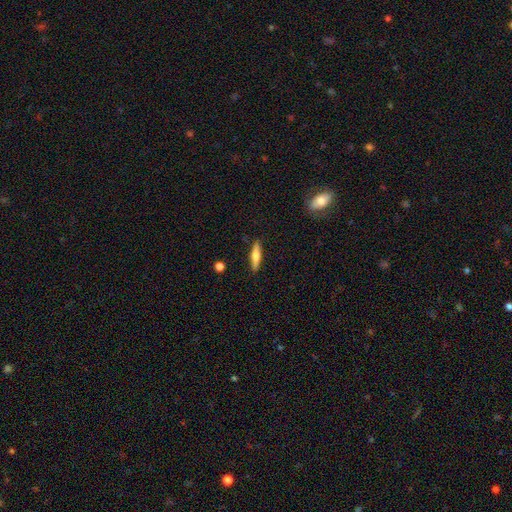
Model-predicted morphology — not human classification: Overall: smooth (56%; featured or disk 38%). How rounded: cigar-shaped (79%). Merging: none (88%).